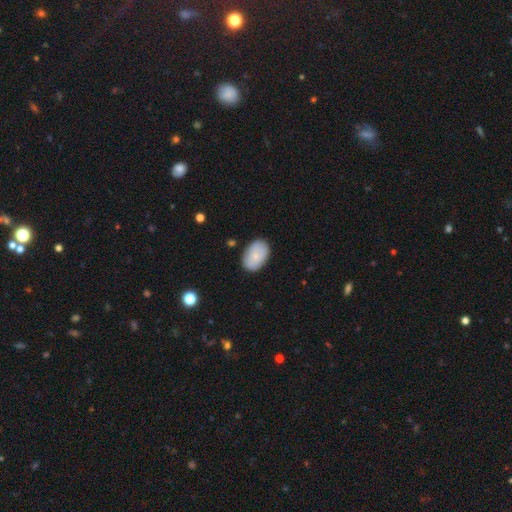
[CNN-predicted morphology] smooth 76%, featured or disk 17%, star or artifact 7%. Down the decision tree: how rounded — in between (87%); merging — none (83%).